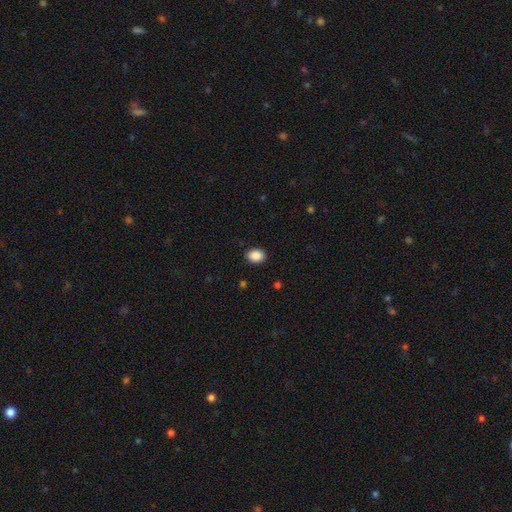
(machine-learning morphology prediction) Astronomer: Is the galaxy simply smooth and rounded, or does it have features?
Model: smooth — 89%.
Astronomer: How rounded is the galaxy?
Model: in between — 65%.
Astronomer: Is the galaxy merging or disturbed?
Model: none — 89%.